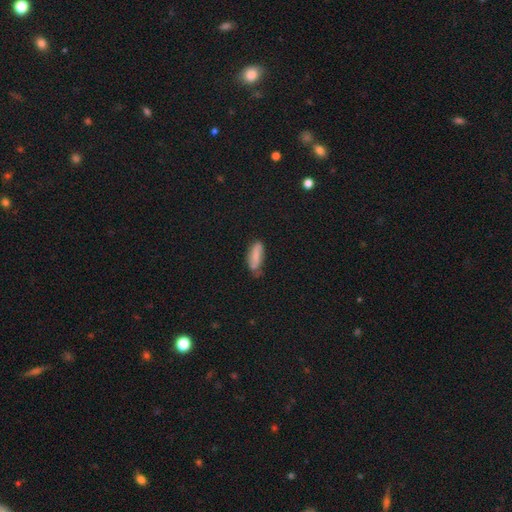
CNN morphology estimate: Overall: smooth (69%). How rounded: in between (73%). Merging: none (52%; minor disturbance 36%).